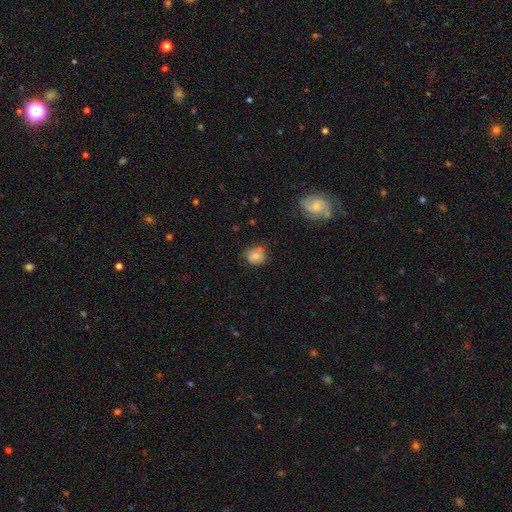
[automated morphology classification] Q: Smooth or featured?
A: smooth (71%); runner-up: featured or disk (19%)
Q: How rounded?
A: round (80%); runner-up: in between (19%)
Q: Merging?
A: none (69%); runner-up: minor disturbance (24%)